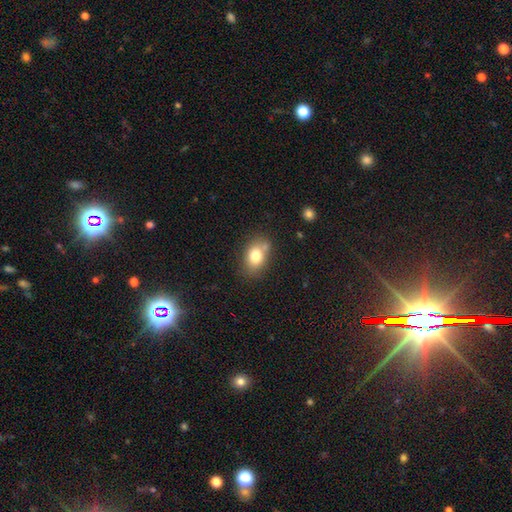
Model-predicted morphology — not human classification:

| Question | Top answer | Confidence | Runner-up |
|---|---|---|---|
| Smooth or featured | smooth | 78% | featured or disk (12%) |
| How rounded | in between | 74% | round (24%) |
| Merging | none | 66% | minor disturbance (19%) |